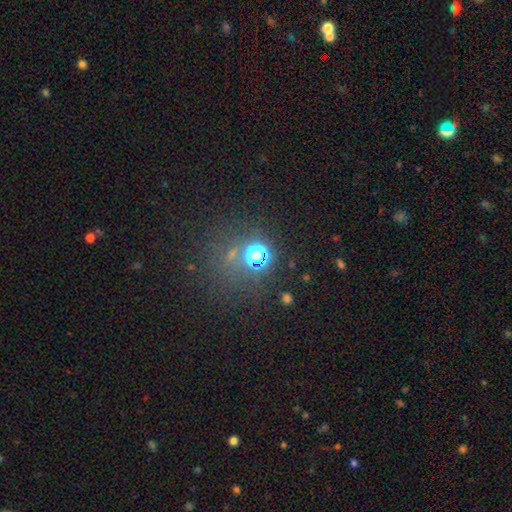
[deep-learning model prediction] A star or artifact, not a galaxy (58%).

Vote fractions:
- Smooth or featured? star or artifact: 58% / smooth: 33% / featured or disk: 9%